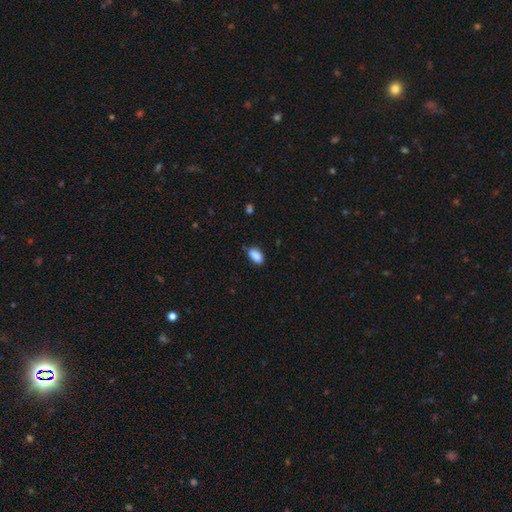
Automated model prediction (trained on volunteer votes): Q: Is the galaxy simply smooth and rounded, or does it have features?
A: smooth — 88%.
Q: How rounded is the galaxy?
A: in between — 92%.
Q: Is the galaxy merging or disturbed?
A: none — 77%.